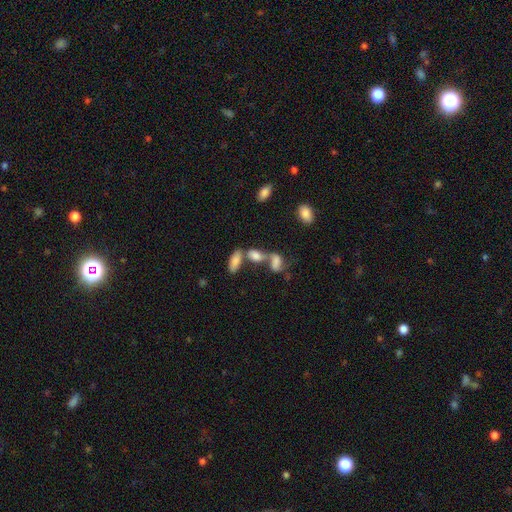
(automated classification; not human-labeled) smooth-or-featured: smooth: 69% | featured or disk: 19% | star or artifact: 12%
  how-rounded: in between: 78% | cigar-shaped: 14% | round: 7%
  merging: merger: 51% | none: 30% | minor disturbance: 10% | major disturbance: 9%